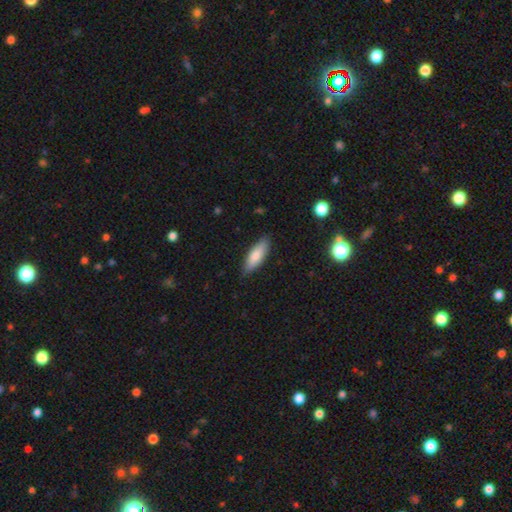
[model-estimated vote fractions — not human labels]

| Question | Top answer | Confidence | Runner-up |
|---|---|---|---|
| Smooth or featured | smooth | 78% | featured or disk (16%) |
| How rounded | in between | 58% | cigar-shaped (40%) |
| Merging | none | 85% | minor disturbance (12%) |